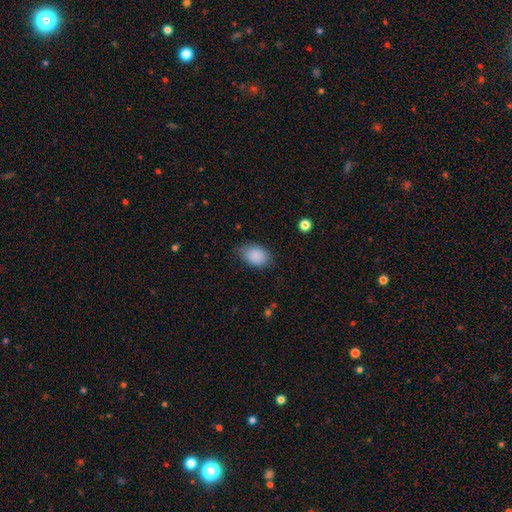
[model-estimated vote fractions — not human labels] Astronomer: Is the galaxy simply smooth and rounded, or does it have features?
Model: smooth — 89%.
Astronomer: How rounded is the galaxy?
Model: in between — 81%.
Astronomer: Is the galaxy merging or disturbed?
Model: none — 74%.